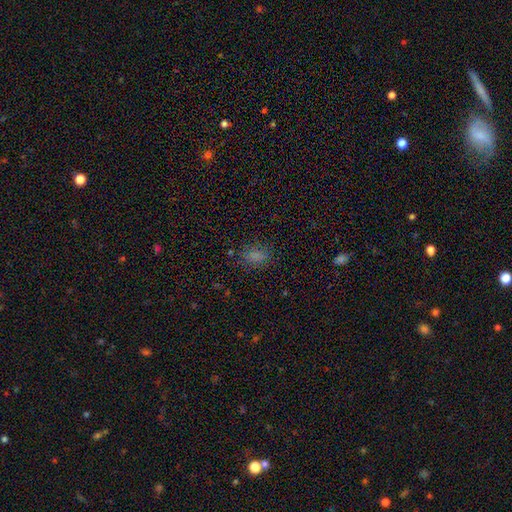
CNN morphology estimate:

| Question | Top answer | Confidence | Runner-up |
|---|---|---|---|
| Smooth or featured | smooth | 76% | star or artifact (19%) |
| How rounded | in between | 80% | round (17%) |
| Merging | none | 80% | minor disturbance (14%) |